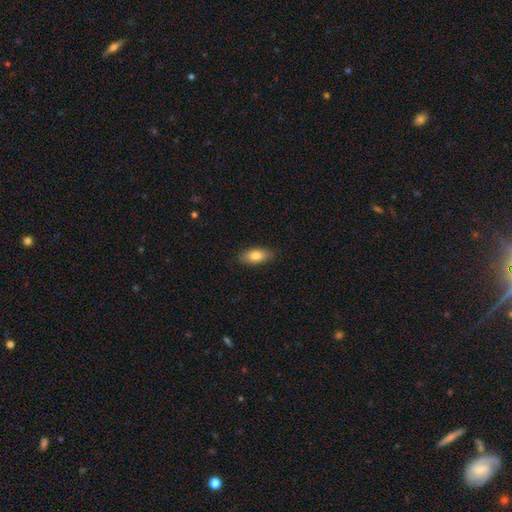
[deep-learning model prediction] Smooth or featured: smooth — 81% (featured or disk — 12%)
How rounded: in between — 86% (cigar-shaped — 10%)
Merging: none — 86% (minor disturbance — 11%)